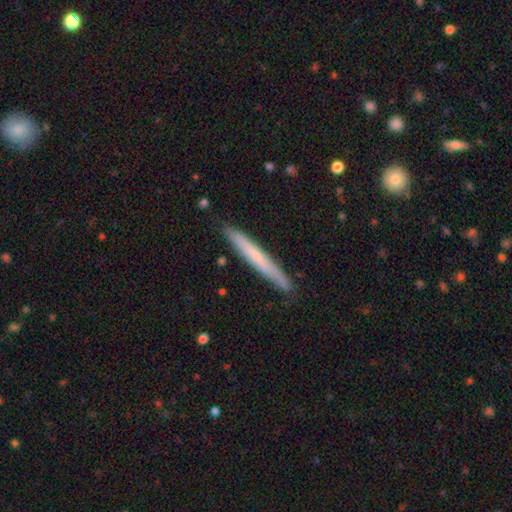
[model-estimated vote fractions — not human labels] The model was most divided on "smooth or featured": smooth: 58%, featured or disk: 36%, star or artifact: 6%. More confident: how rounded — cigar-shaped (97%); merging — none (89%).